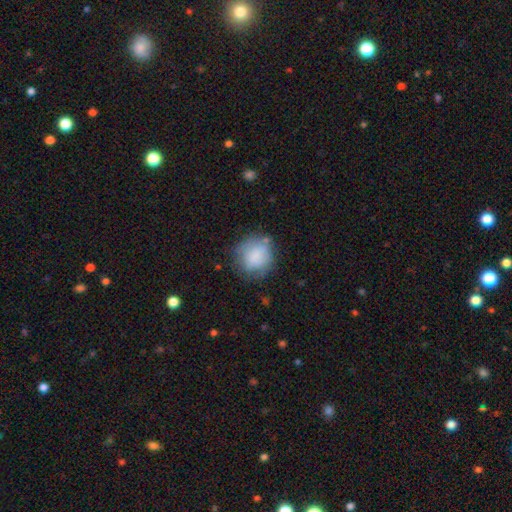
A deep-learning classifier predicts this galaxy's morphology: A smooth galaxy with no disk features (78%) that is round (83%).

Vote fractions:
- Smooth or featured? smooth: 78% / featured or disk: 14% / star or artifact: 8%
- How rounded? round: 83% / in between: 16% / cigar-shaped: 1%
- Merging? none: 62% / minor disturbance: 23% / major disturbance: 10% / merger: 5%